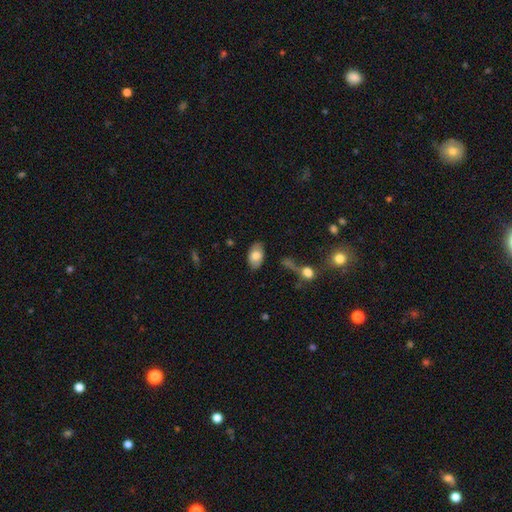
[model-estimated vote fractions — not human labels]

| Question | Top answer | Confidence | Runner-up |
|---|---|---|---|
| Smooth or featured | smooth | 75% | featured or disk (19%) |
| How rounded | in between | 92% | round (6%) |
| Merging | none | 81% | minor disturbance (12%) |